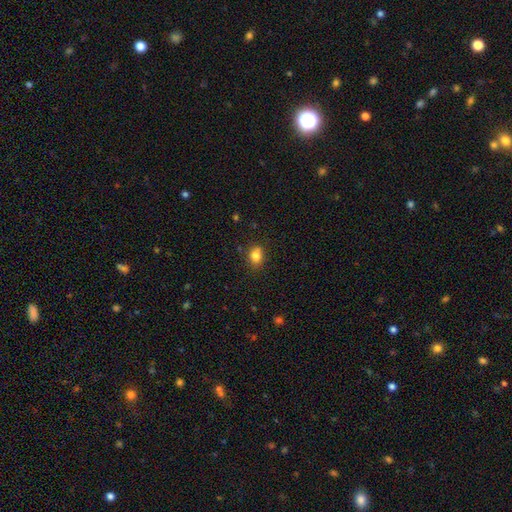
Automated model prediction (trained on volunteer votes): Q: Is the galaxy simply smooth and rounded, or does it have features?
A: smooth — 81%.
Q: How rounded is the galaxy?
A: round — 50%.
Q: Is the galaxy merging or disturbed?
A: none — 72%.